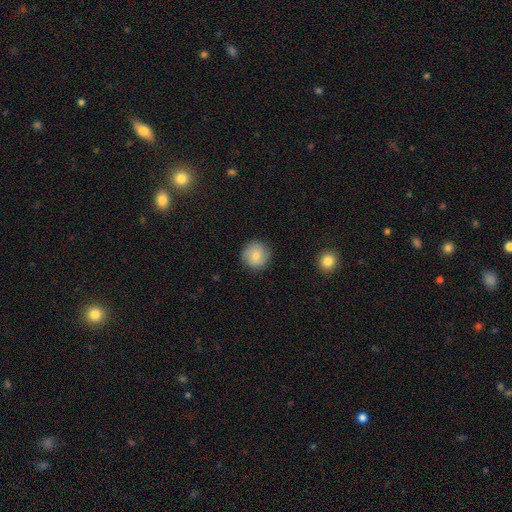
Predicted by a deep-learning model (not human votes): Smooth or featured: smooth — 78% (featured or disk — 14%)
How rounded: round — 94% (in between — 5%)
Merging: none — 88% (minor disturbance — 8%)